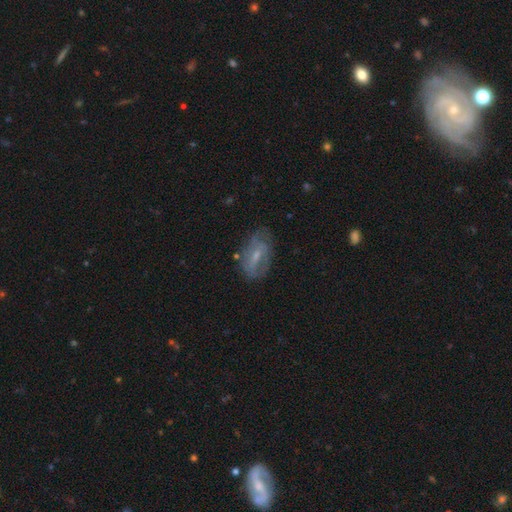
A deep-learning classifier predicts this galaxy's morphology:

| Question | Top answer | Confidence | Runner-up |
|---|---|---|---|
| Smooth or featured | featured or disk | 60% | smooth (31%) |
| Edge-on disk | no | 93% | yes (7%) |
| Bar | weak | 48% | no (33%) |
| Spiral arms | yes | 65% | no (35%) |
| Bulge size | small | 55% | moderate (32%) |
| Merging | none | 61% | minor disturbance (24%) |